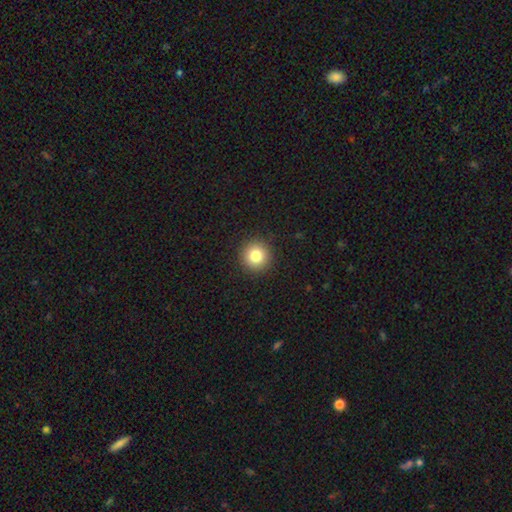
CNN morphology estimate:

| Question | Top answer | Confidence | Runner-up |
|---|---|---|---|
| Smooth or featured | smooth | 82% | star or artifact (11%) |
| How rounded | round | 95% | in between (4%) |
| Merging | none | 92% | minor disturbance (5%) |